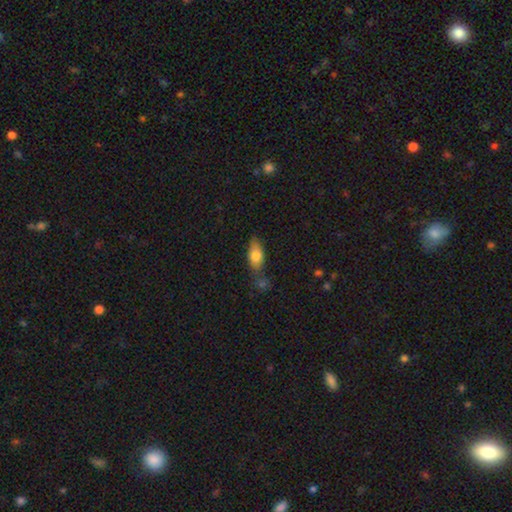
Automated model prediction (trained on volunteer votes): This is likely a smooth galaxy (75%). How rounded: clearly in between (82%). Merging: likely none (60%).